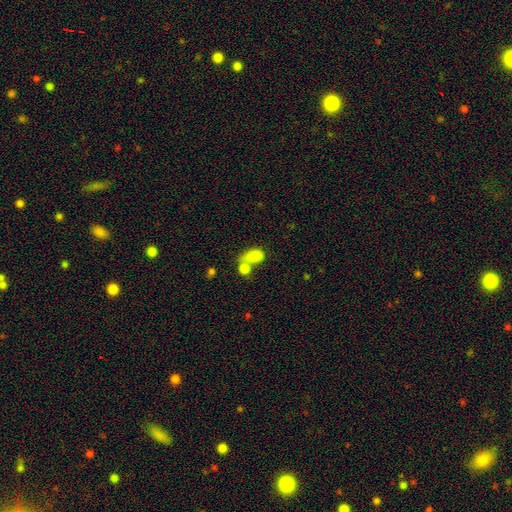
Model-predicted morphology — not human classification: Smooth or featured? Predicted: smooth (p=0.82). How rounded? Predicted: in between (p=0.86). Merging? Predicted: merger (p=0.56).